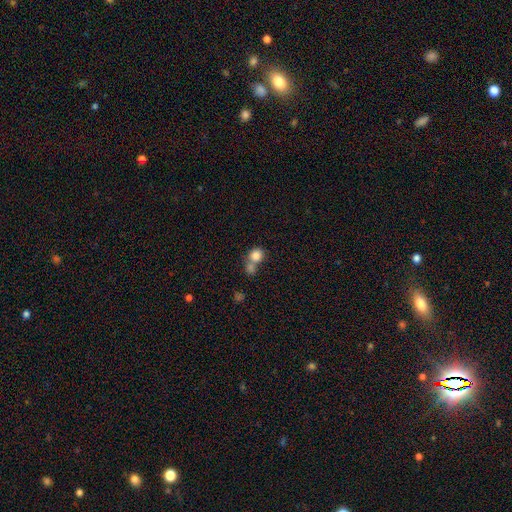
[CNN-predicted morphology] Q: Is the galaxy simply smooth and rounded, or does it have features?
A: smooth — 82%.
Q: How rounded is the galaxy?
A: round — 78%.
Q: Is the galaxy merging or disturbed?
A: merger — 49%.